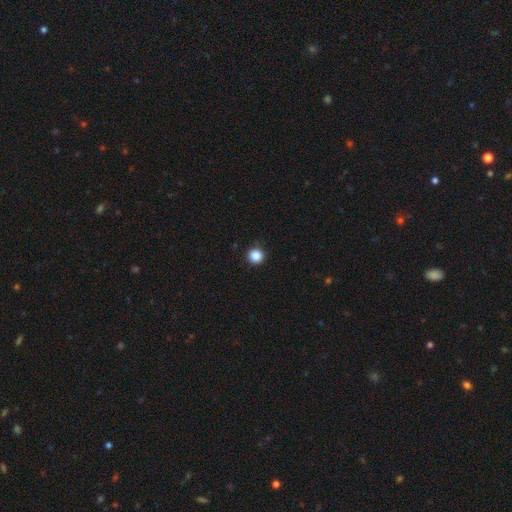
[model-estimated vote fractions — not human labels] Overall: smooth (86%). How rounded: round (95%). Merging: none (92%).